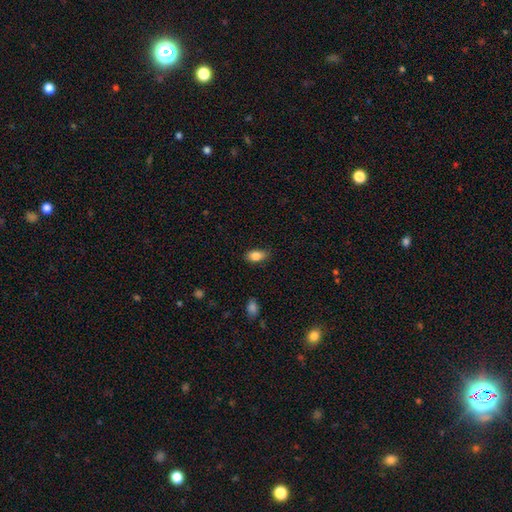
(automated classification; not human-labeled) Overall: smooth (85%). How rounded: in between (89%). Merging: none (79%).